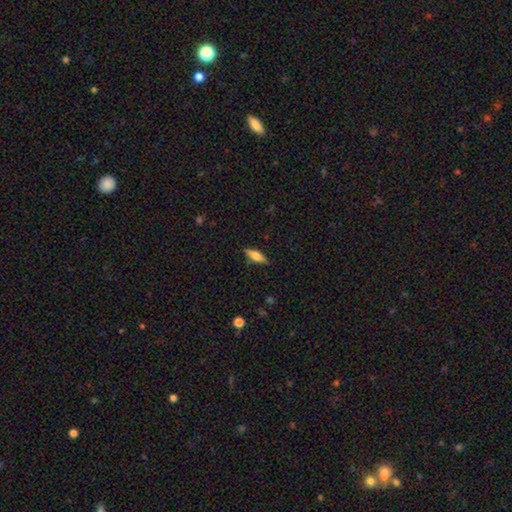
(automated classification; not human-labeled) smooth-or-featured: smooth: 48% | featured or disk: 45% | star or artifact: 7%
  merging: none: 85% | minor disturbance: 11% | major disturbance: 2% | merger: 1%